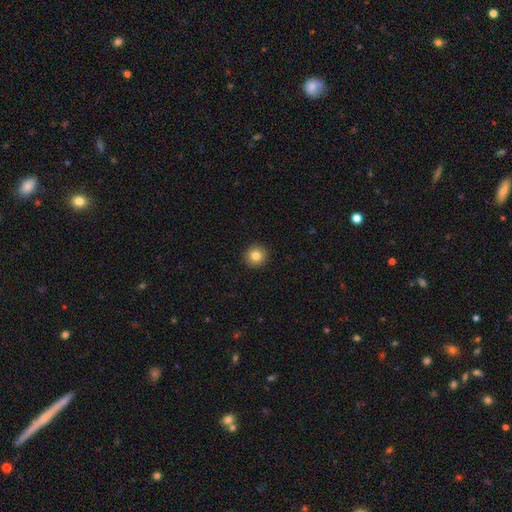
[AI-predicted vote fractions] Smooth or featured: smooth — 83% (star or artifact — 10%)
How rounded: round — 94% (in between — 6%)
Merging: none — 93% (minor disturbance — 5%)